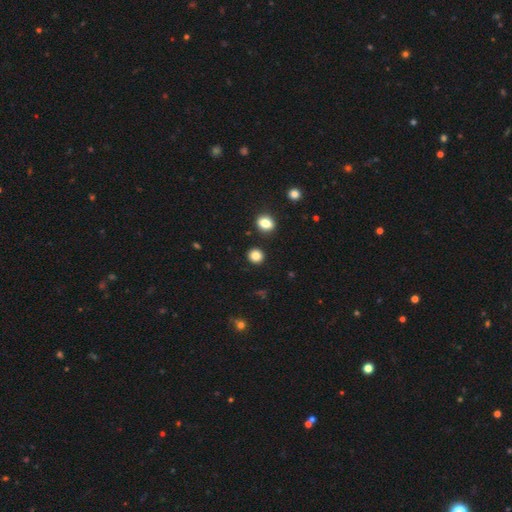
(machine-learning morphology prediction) smooth-or-featured: smooth: 84% | star or artifact: 12% | featured or disk: 4%
  how-rounded: round: 89% | in between: 10% | cigar-shaped: 1%
  merging: none: 90% | minor disturbance: 5% | merger: 3% | major disturbance: 2%